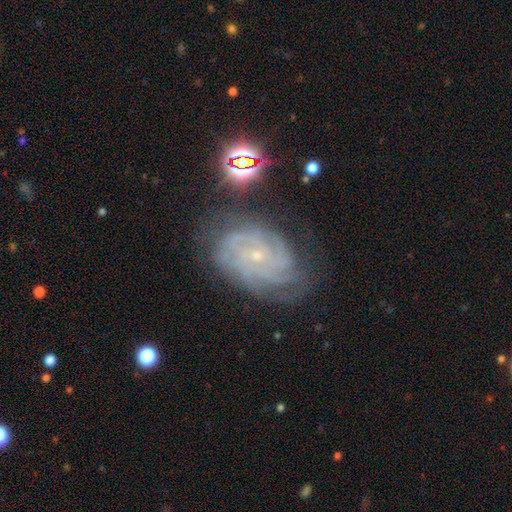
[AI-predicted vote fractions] Morphology: type=featured or disk (83%); edge-on=no (97%); bar=no (74%); spiral arms=yes (97%); winding=tight (73%); arm count=can't tell (29%); bulge=small (85%); merging=none (72%).